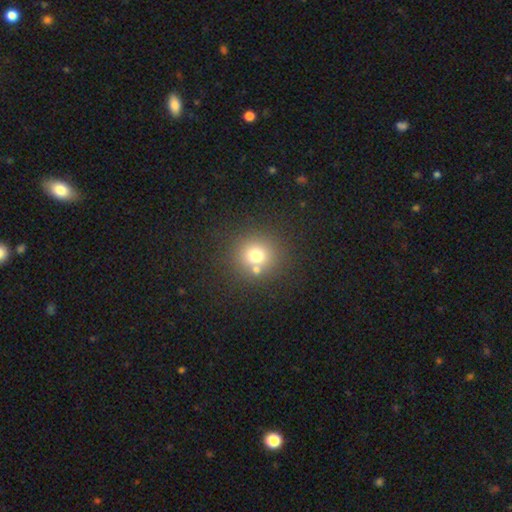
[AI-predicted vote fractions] This is likely a smooth galaxy (72%). How rounded: clearly round (91%). Merging: likely none (71%).